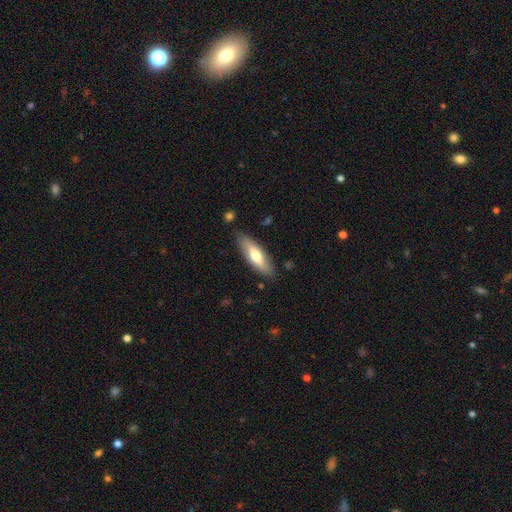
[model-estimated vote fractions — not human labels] A smooth galaxy with no disk features (62%) that is in between round and cigar-shaped (51%). Merging: none (84%).